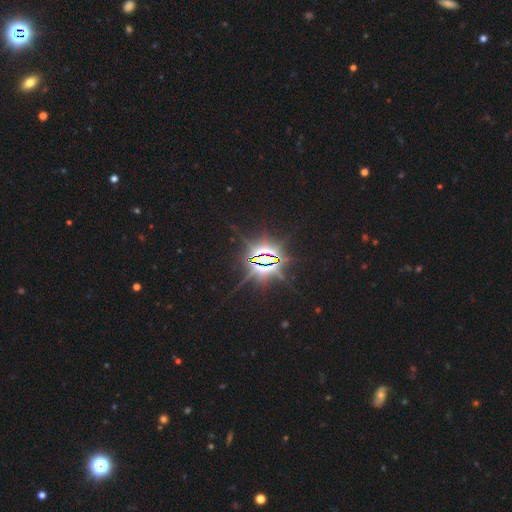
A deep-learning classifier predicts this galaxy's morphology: type=star or artifact (87%).